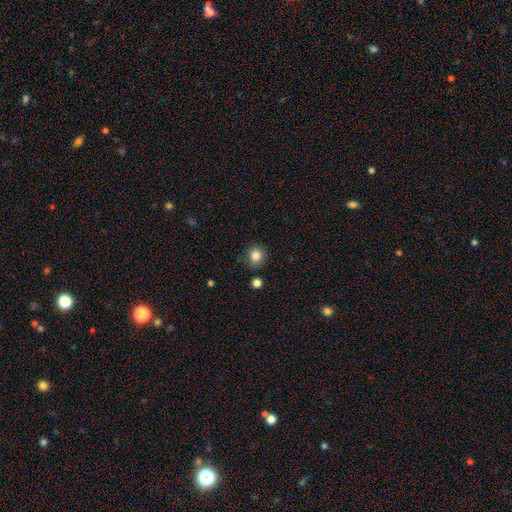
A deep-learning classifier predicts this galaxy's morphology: This appears to be a smooth galaxy with no disk features (85%) that is round (85%). Merging: none (83%).